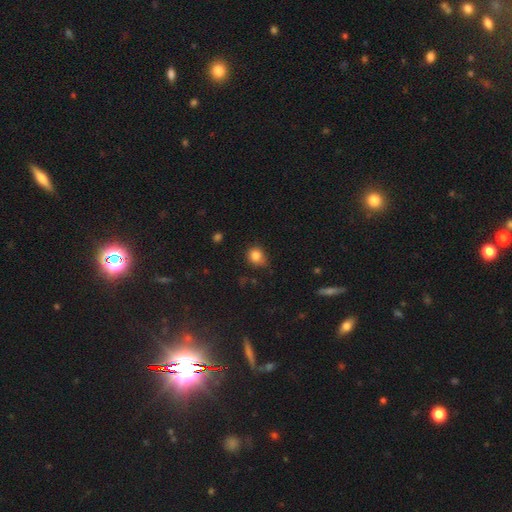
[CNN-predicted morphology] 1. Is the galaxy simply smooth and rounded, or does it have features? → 83% smooth, 11% star or artifact, 6% featured or disk.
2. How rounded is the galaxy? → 75% round, 24% in between, 1% cigar-shaped.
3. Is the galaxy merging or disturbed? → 64% none, 29% minor disturbance, 5% major disturbance, 2% merger.